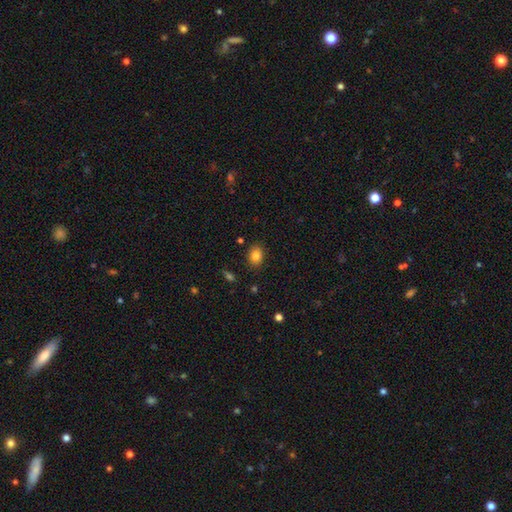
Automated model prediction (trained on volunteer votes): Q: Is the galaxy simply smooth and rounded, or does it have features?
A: smooth — 84%.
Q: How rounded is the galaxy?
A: in between — 64%.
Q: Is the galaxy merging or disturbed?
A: none — 86%.